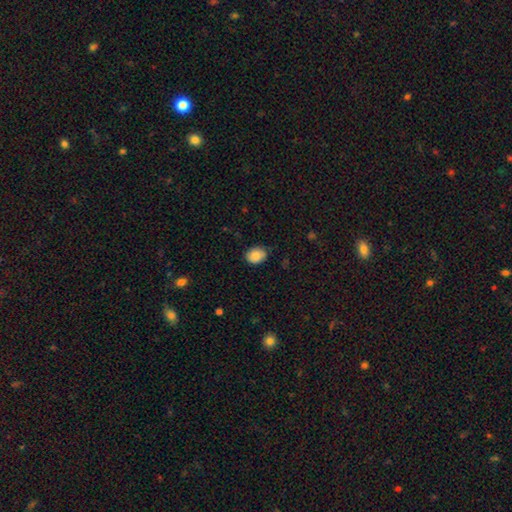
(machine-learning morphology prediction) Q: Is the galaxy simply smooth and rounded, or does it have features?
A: smooth — 87%.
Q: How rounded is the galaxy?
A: in between — 59%.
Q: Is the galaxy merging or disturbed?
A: none — 77%.